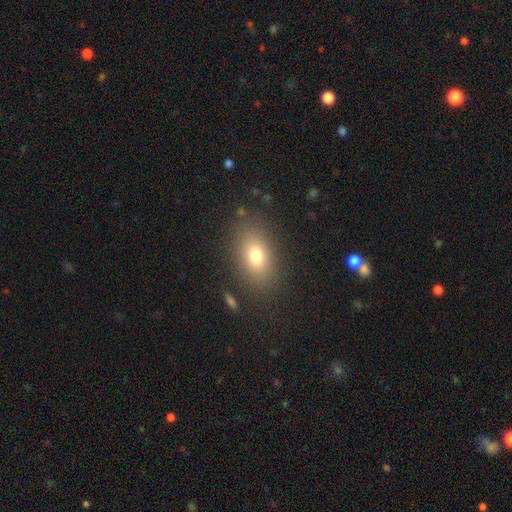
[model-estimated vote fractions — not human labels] smooth-or-featured: smooth: 75% | featured or disk: 14% | star or artifact: 11%
  how-rounded: in between: 82% | round: 15% | cigar-shaped: 3%
  merging: none: 83% | minor disturbance: 10% | major disturbance: 5% | merger: 2%